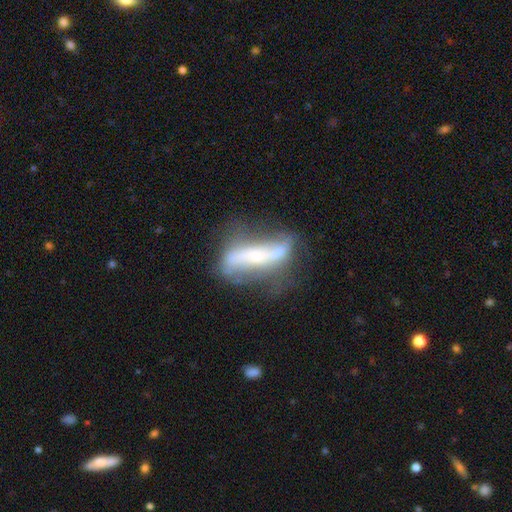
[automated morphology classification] smooth_or_featured: featured or disk (p=0.68) [alt: smooth p=0.23]
disk_edge_on: no (p=0.72) [alt: yes p=0.28]
merging: none (p=0.43) [alt: minor disturbance p=0.23]